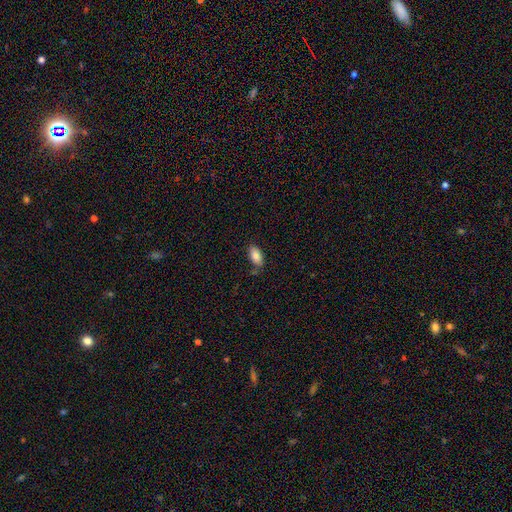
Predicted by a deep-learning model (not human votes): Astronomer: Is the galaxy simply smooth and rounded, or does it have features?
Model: smooth — 86%.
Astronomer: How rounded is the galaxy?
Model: in between — 92%.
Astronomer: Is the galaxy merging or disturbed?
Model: none — 75%.